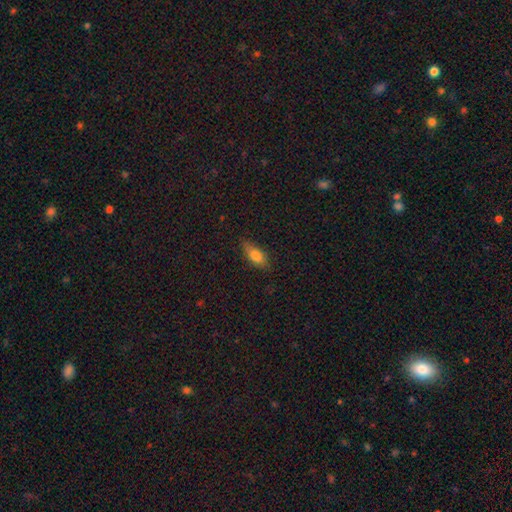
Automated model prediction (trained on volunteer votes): Overall: smooth (78%). How rounded: in between (78%). Merging: none (79%).